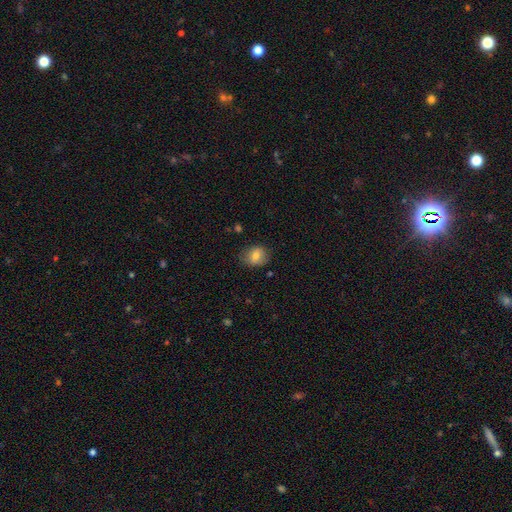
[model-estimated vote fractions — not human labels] Smooth or featured? Predicted: smooth (p=0.77). How rounded? Predicted: round (p=0.62). Merging? Predicted: none (p=0.78).